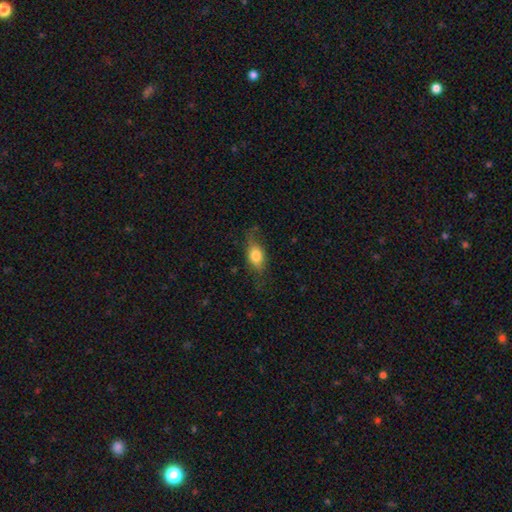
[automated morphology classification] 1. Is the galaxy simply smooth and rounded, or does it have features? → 72% smooth, 20% featured or disk, 8% star or artifact.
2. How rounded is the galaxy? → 79% in between, 11% round, 10% cigar-shaped.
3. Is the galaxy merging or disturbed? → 61% none, 26% minor disturbance, 12% major disturbance, 2% merger.